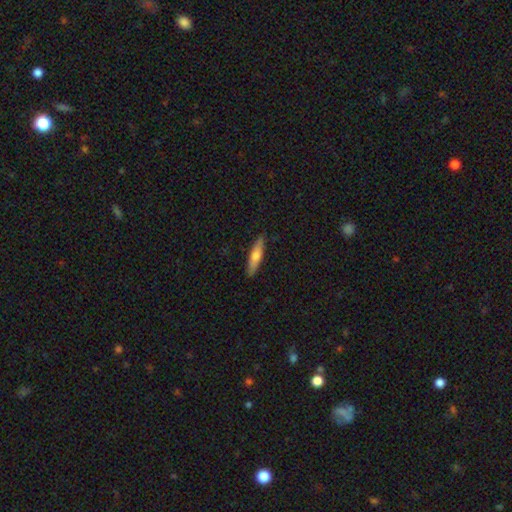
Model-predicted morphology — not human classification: Overall: smooth (63%; featured or disk 31%). How rounded: cigar-shaped (81%). Merging: none (90%).